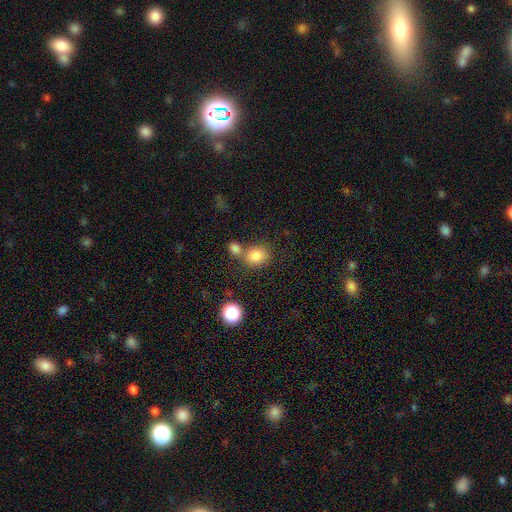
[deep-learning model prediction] smooth-or-featured: smooth: 81% | star or artifact: 11% | featured or disk: 7%
  how-rounded: round: 63% | in between: 36% | cigar-shaped: 1%
  merging: none: 51% | merger: 33% | minor disturbance: 11% | major disturbance: 5%